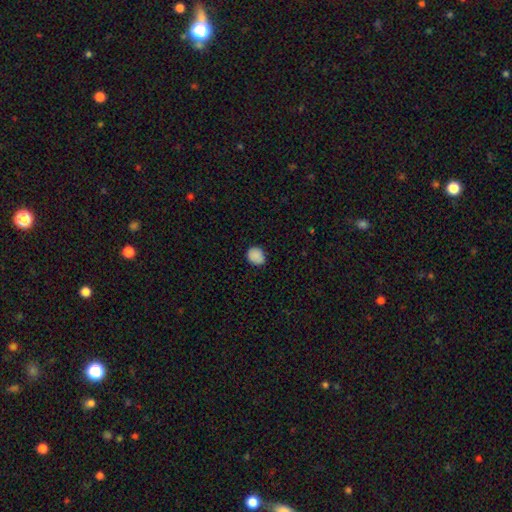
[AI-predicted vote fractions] smooth 88%, star or artifact 9%, featured or disk 3%. Down the decision tree: how rounded — round (69%); merging — none (84%).